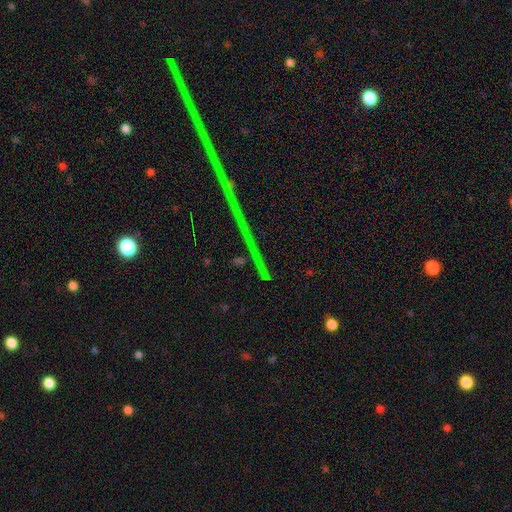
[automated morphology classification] Overall: star or artifact (82%).